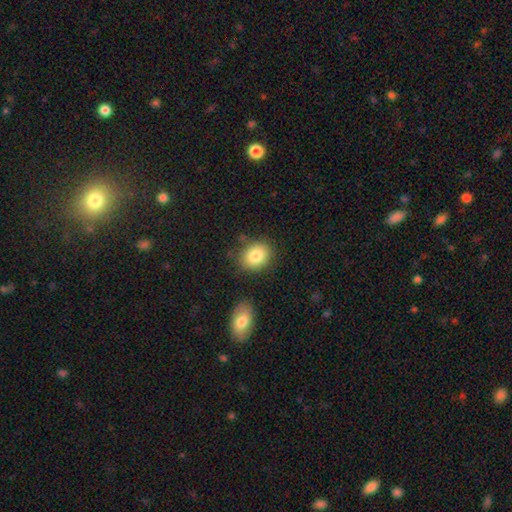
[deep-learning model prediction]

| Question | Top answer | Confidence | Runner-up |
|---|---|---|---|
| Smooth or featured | smooth | 84% | star or artifact (8%) |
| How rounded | round | 55% | in between (44%) |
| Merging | none | 80% | minor disturbance (11%) |